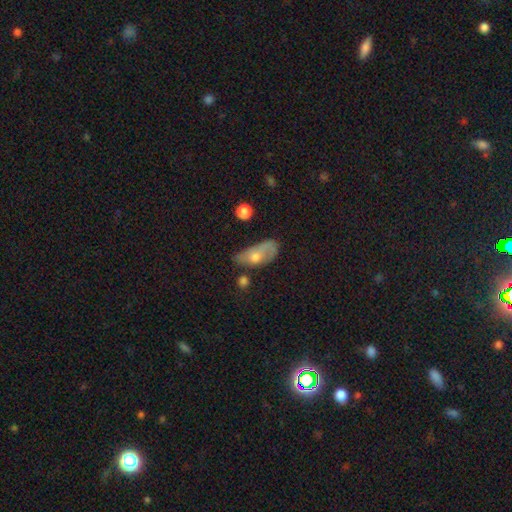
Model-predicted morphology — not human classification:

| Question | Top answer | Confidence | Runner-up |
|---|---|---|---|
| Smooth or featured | smooth | 50% | featured or disk (41%) |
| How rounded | in between | 83% | cigar-shaped (11%) |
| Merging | none | 35% | minor disturbance (33%) |